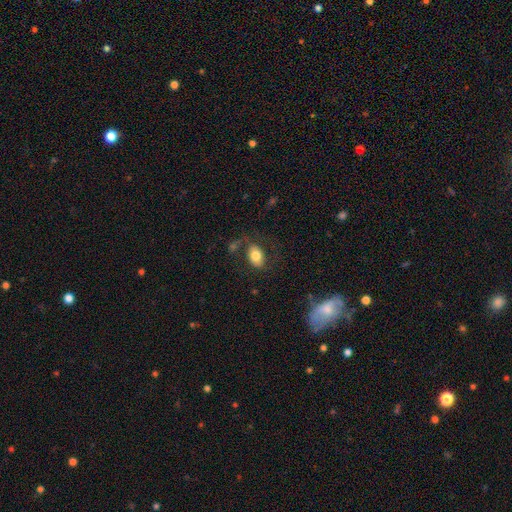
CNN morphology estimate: A smooth galaxy with no disk features (76%) that is in between round and cigar-shaped (84%). Merging: none (66%).